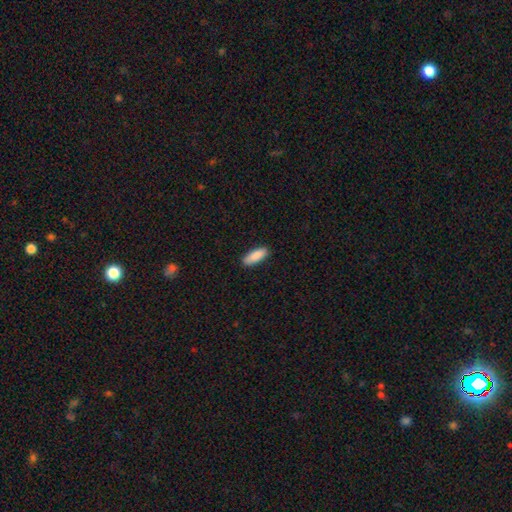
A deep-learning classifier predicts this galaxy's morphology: This is clearly a smooth galaxy (89%). How rounded: likely in between (65%). Merging: clearly none (90%).